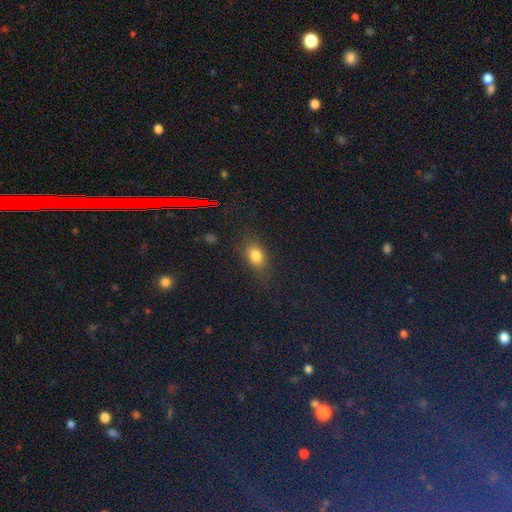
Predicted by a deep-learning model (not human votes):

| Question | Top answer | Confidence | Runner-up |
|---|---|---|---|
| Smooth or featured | smooth | 78% | star or artifact (14%) |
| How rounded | in between | 75% | round (20%) |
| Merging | none | 78% | minor disturbance (15%) |